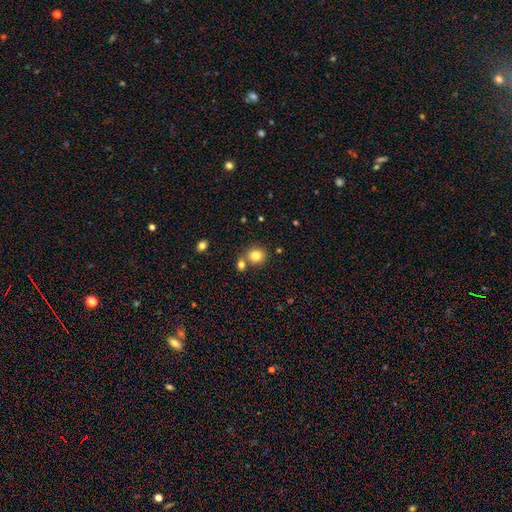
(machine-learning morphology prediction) Q: Smooth or featured?
A: smooth (81%); runner-up: star or artifact (11%)
Q: How rounded?
A: round (79%); runner-up: in between (20%)
Q: Merging?
A: none (70%); runner-up: merger (19%)